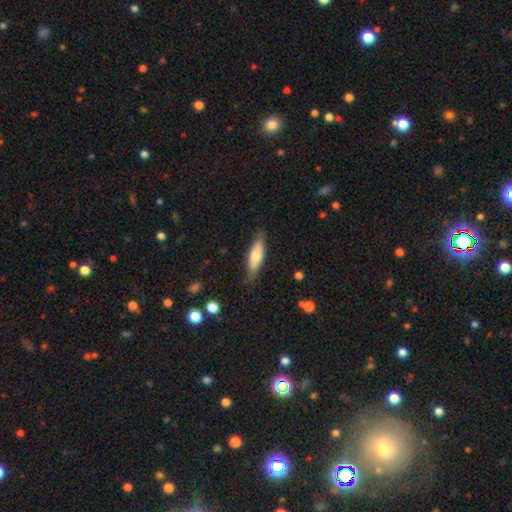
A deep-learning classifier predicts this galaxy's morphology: A smooth galaxy with no disk features (67%) that is in between round and cigar-shaped (50%). Merging: none (81%).